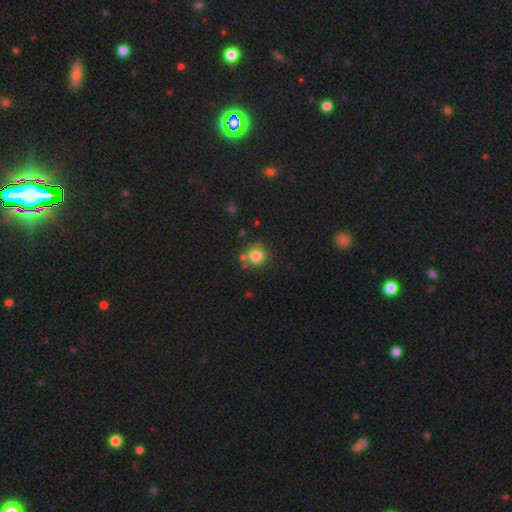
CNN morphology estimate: Smooth or featured? smooth (80%)
How rounded? round (91%)
Merging? none (71%)